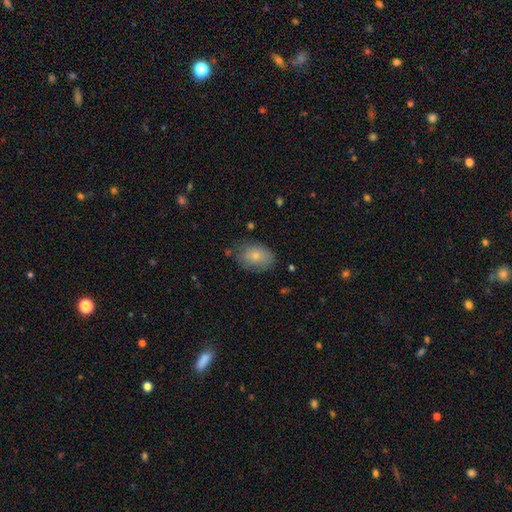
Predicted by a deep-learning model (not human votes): Smooth or featured? Predicted: smooth (p=0.77). How rounded? Predicted: in between (p=0.80). Merging? Predicted: none (p=0.71).